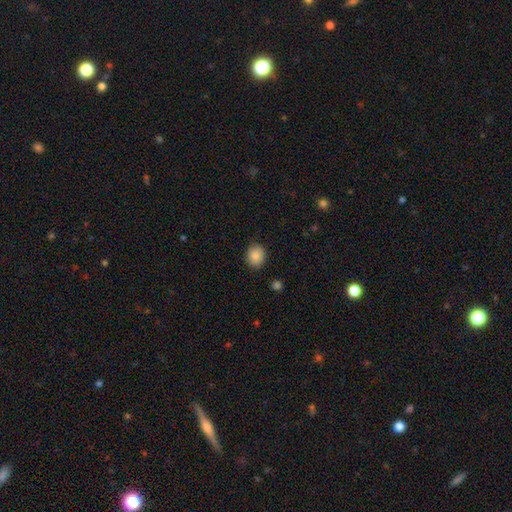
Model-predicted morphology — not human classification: Q: Smooth or featured?
A: smooth (87%); runner-up: star or artifact (8%)
Q: How rounded?
A: round (64%); runner-up: in between (35%)
Q: Merging?
A: none (84%); runner-up: minor disturbance (12%)